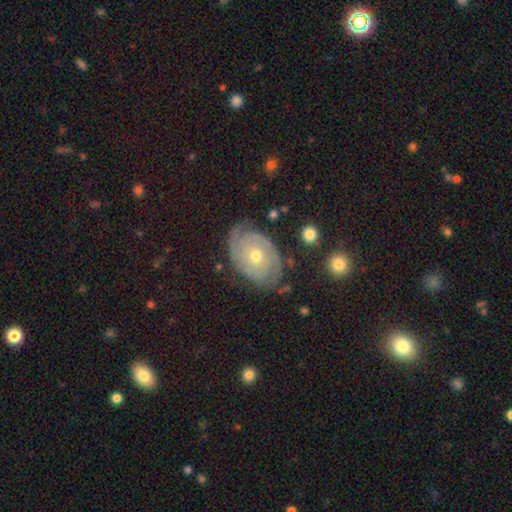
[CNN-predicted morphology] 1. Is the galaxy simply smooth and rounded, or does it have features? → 85% featured or disk, 10% smooth, 6% star or artifact.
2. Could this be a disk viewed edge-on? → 96% no, 4% yes.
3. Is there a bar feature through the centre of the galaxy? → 80% no, 16% weak, 4% strong.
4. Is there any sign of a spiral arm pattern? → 93% yes, 7% no.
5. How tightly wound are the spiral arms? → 76% tight, 18% medium, 5% loose.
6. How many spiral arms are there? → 47% 2, 26% can't tell, 13% 3, 5% 1, 5% 4, 4% more than 4.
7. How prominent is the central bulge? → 59% moderate, 37% small, 2% large, 1% none, 1% dominant.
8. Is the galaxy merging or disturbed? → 75% none, 18% minor disturbance, 6% major disturbance, 2% merger.